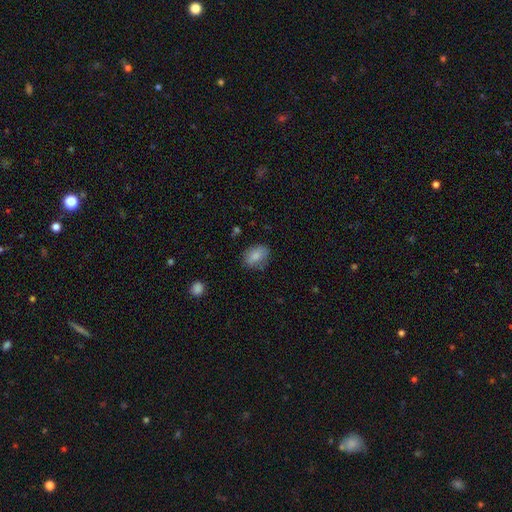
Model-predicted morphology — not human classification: This is clearly a smooth galaxy (81%). How rounded: clearly in between (82%). Merging: likely none (73%).